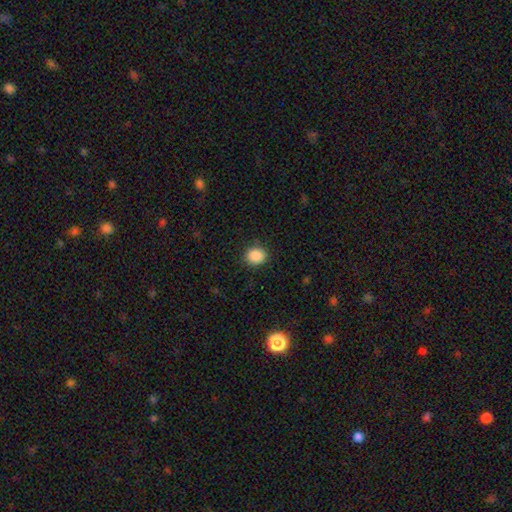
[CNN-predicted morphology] This appears to be a smooth galaxy with no disk features (88%) that is round (74%). Merging: none (88%).